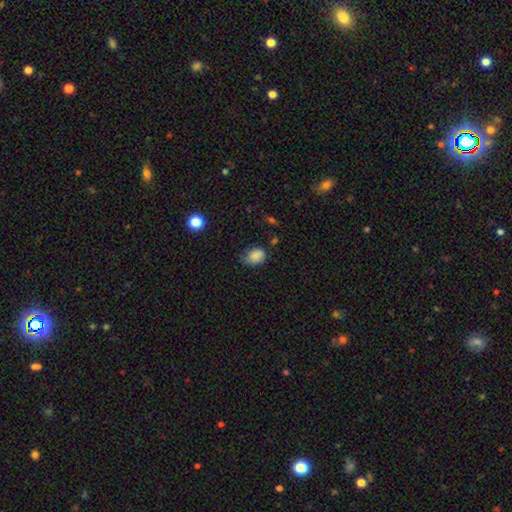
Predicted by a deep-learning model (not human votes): A smooth galaxy with no disk features (83%) that is in between round and cigar-shaped (67%). Merging: none (52%).